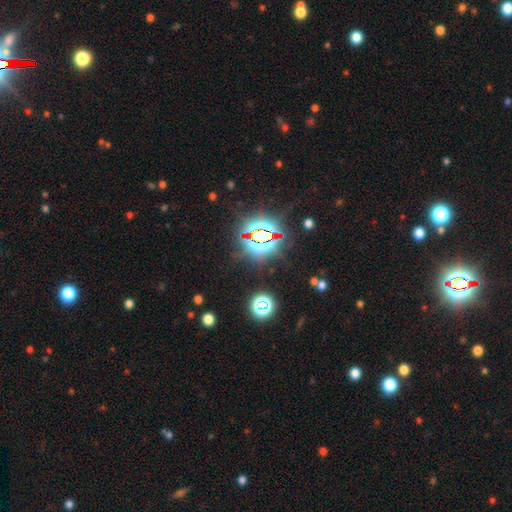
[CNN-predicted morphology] Smooth or featured?
  - star or artifact: 85% *
  - smooth: 9%
  - featured or disk: 6%